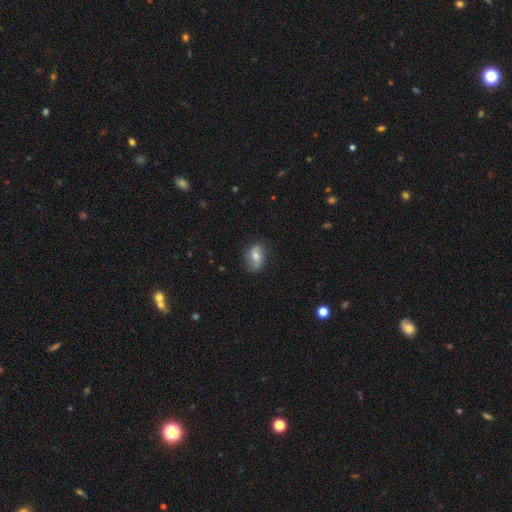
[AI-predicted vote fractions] smooth_or_featured: smooth (p=0.57) [alt: featured or disk p=0.35]
how_rounded: in between (p=0.84) [alt: round p=0.14]
merging: none (p=0.73) [alt: minor disturbance p=0.21]